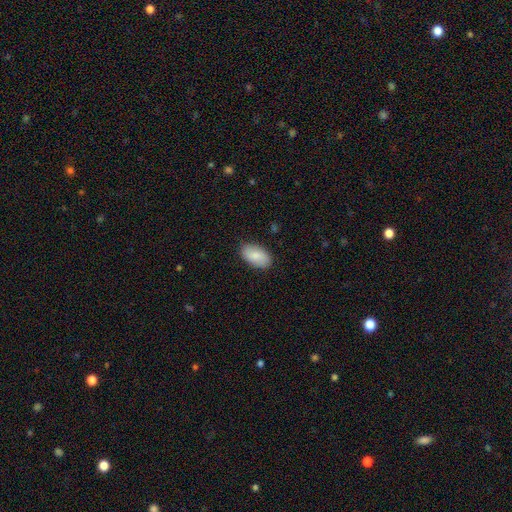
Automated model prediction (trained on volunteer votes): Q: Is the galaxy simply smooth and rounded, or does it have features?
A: smooth — 81%.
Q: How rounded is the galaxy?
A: in between — 95%.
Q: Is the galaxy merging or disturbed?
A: none — 86%.